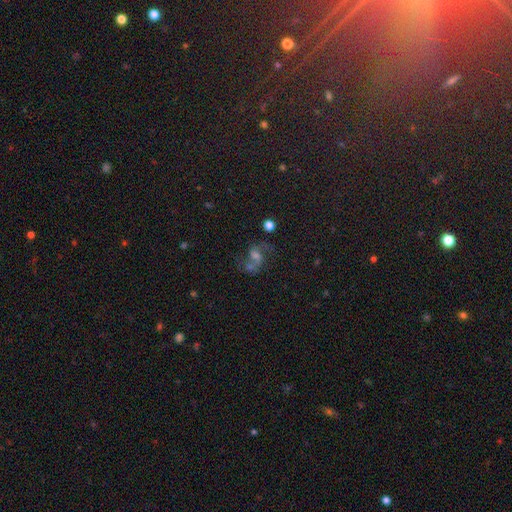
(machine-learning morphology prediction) The model was most divided on "merging": none: 38%, merger: 36%, major disturbance: 14%, minor disturbance: 12%. Remaining: edge-on disk — no (97%); spiral arms — yes (80%); smooth or featured — featured or disk (54%); bar — no (51%); bulge size — moderate (42%).